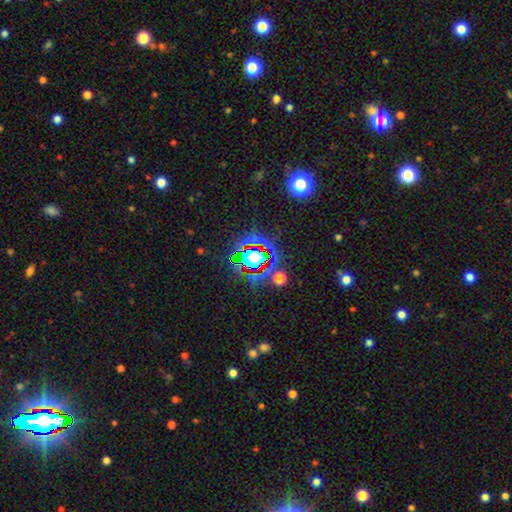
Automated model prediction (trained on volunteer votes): Morphology: type=star or artifact (67%).